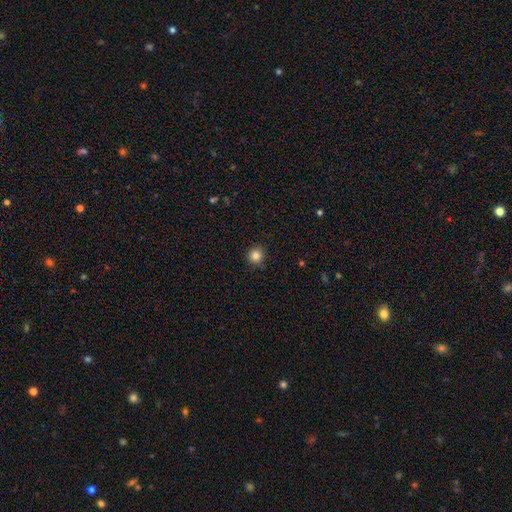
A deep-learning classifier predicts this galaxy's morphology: This appears to be a smooth galaxy with no disk features (84%) that is round (93%). Merging: none (90%).